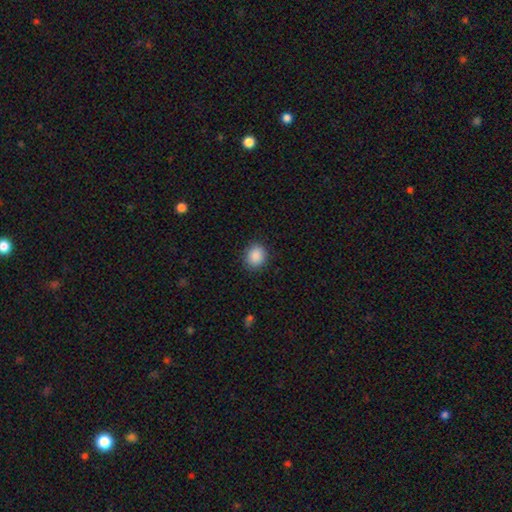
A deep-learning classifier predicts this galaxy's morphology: type=smooth (89%); roundness=round (76%); merging=none (89%).